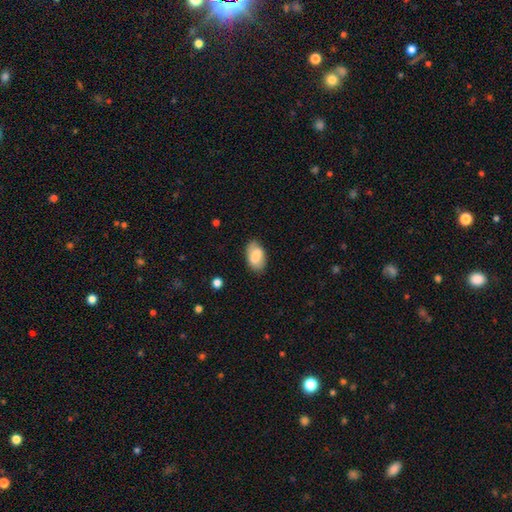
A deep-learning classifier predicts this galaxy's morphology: Overall: smooth (69%). How rounded: in between (93%). Merging: none (76%).